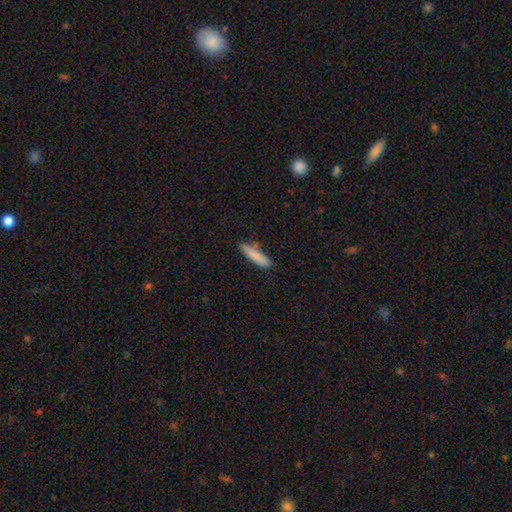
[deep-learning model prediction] The model was most divided on "merging": none: 80%, minor disturbance: 14%, merger: 3%, major disturbance: 3%. More confident: how rounded — cigar-shaped (86%); smooth or featured — smooth (83%).